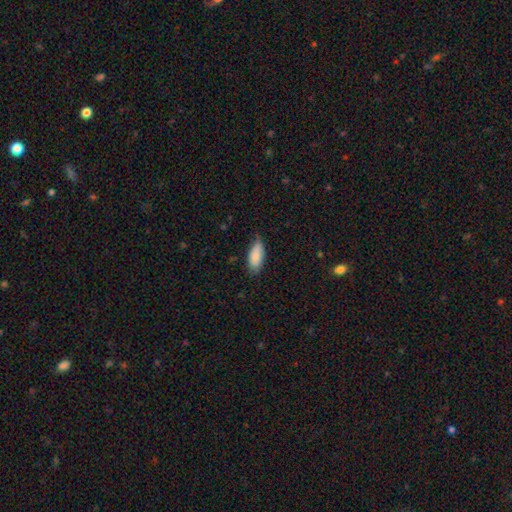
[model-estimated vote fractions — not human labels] Smooth or featured? smooth (88%)
How rounded? in between (85%)
Merging? none (67%)